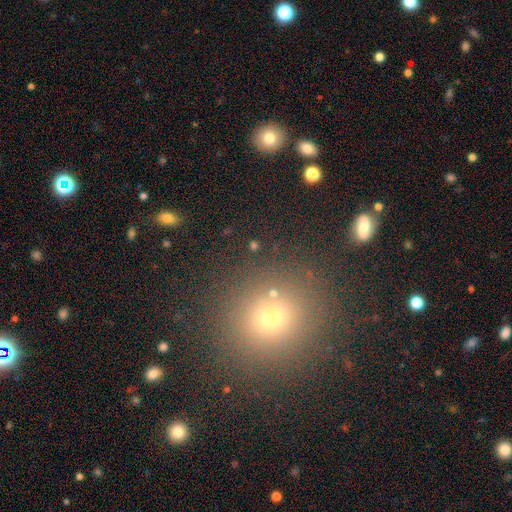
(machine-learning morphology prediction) A smooth galaxy with no disk features (64%) that is round (83%).

Vote fractions:
- Smooth or featured? smooth: 64% / star or artifact: 27% / featured or disk: 9%
- How rounded? round: 83% / in between: 15% / cigar-shaped: 2%
- Merging? none: 82% / minor disturbance: 8% / merger: 6% / major disturbance: 4%